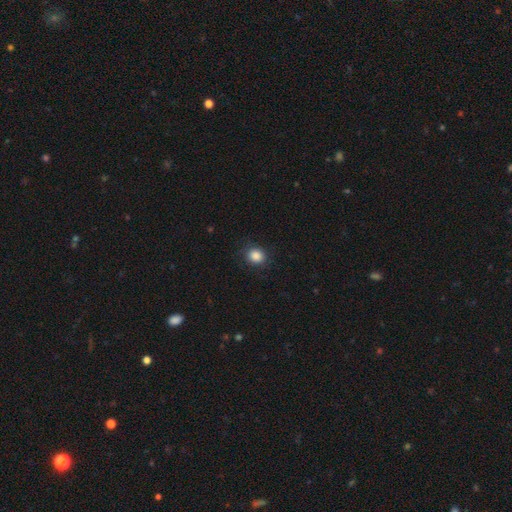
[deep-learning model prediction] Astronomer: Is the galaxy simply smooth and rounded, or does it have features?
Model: smooth — 86%.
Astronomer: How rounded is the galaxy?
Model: round — 75%.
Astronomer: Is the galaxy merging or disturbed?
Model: none — 87%.